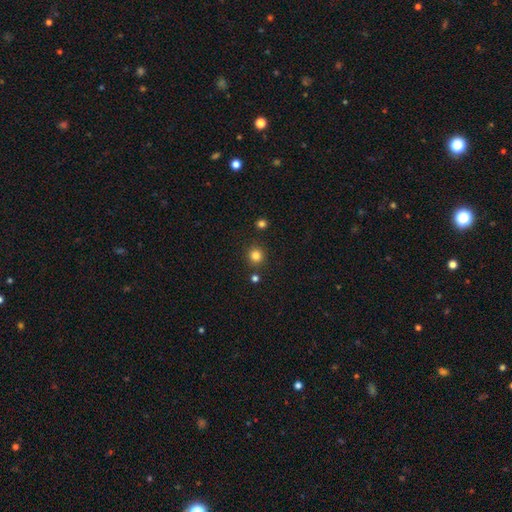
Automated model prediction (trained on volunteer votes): Smooth or featured? smooth (82%)
How rounded? round (93%)
Merging? none (87%)